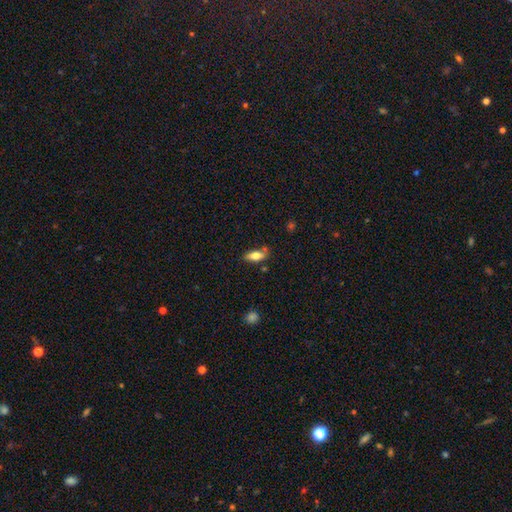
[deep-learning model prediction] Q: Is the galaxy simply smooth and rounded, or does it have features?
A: smooth — 72%.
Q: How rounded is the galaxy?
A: in between — 77%.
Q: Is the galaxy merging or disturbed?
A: none — 73%.